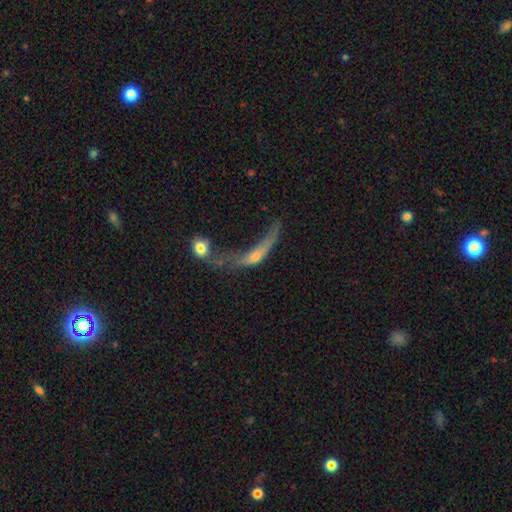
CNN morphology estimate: smooth-or-featured: featured or disk: 48% | smooth: 41% | star or artifact: 11%
  merging: merger: 51% | major disturbance: 31% | none: 11% | minor disturbance: 7%